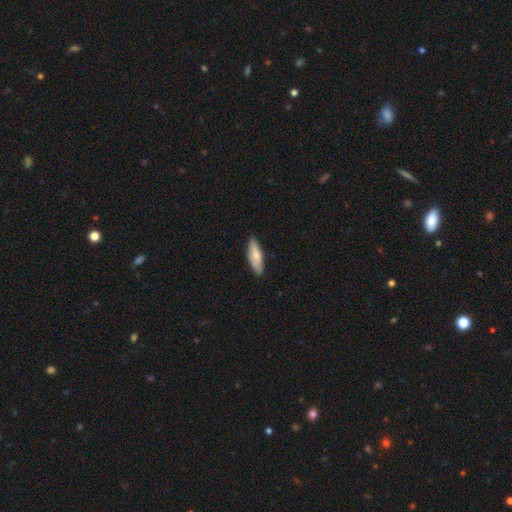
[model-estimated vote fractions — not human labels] smooth_or_featured: smooth (p=0.74) [alt: featured or disk p=0.20]
how_rounded: in between (p=0.56) [alt: cigar-shaped p=0.42]
merging: none (p=0.85) [alt: minor disturbance p=0.12]